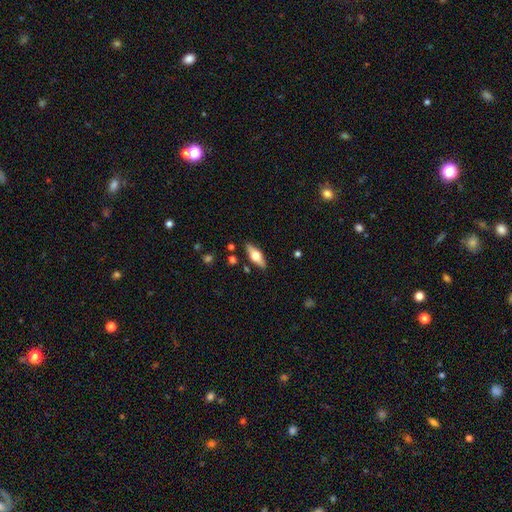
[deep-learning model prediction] A smooth galaxy with no disk features (47%).

Vote fractions:
- Smooth or featured? smooth: 47% / featured or disk: 46% / star or artifact: 6%
- Merging? none: 86% / minor disturbance: 10% / merger: 2% / major disturbance: 2%